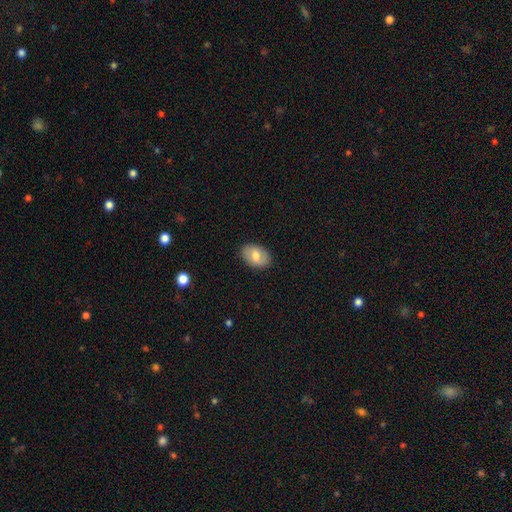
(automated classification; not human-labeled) Smooth or featured? smooth (72%)
How rounded? in between (86%)
Merging? none (87%)